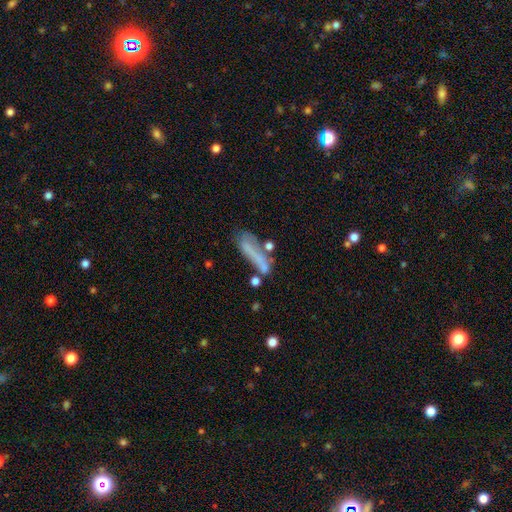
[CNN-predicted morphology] smooth 57%, featured or disk 31%, star or artifact 12%. Down the decision tree: how rounded — cigar-shaped (77%); merging — none (47%).